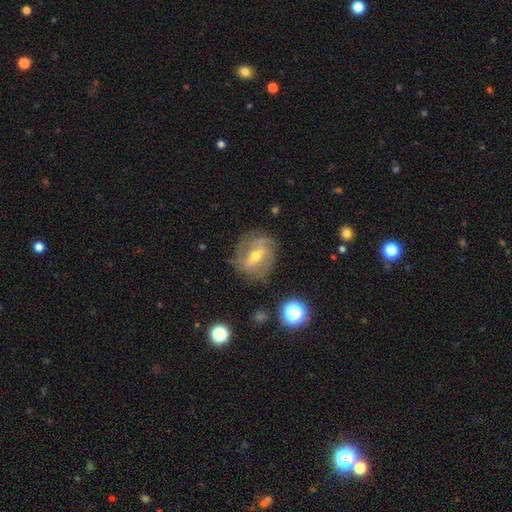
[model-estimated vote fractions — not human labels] A featured or disk galaxy (78%) with a strong bar (45%), 2 (38%) medium (41%) spiral arms (86%) and a moderate central bulge (58%). Merging: none (70%).